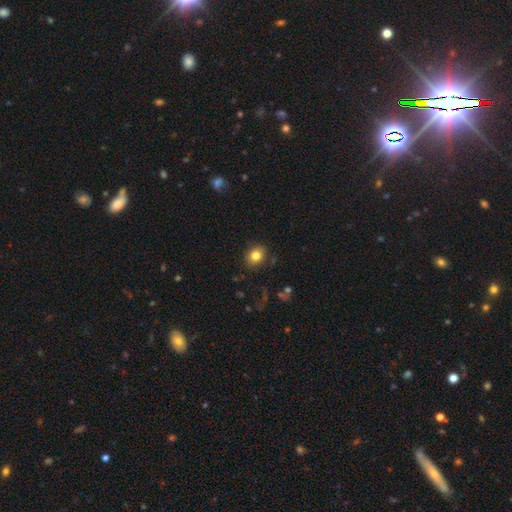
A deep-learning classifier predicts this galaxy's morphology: Smooth or featured?
  - smooth: 82% *
  - star or artifact: 11%
  - featured or disk: 7%
How rounded?
  - round: 62% *
  - in between: 37%
  - cigar-shaped: 1%
Merging?
  - none: 86% *
  - minor disturbance: 10%
  - major disturbance: 3%
  - merger: 2%